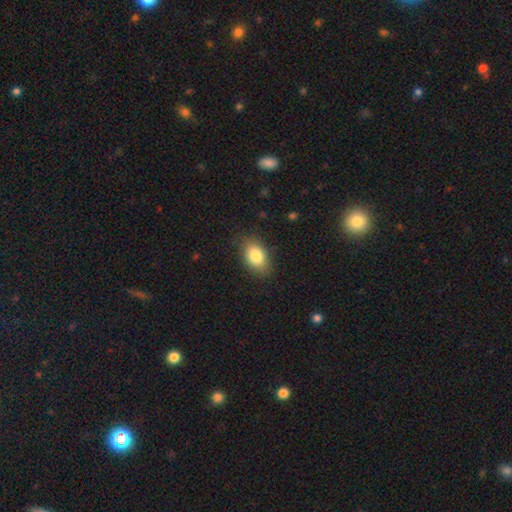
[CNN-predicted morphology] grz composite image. It shows a smooth galaxy with no disk features (84%) that is in between round and cigar-shaped (87%). Merging: none (84%).